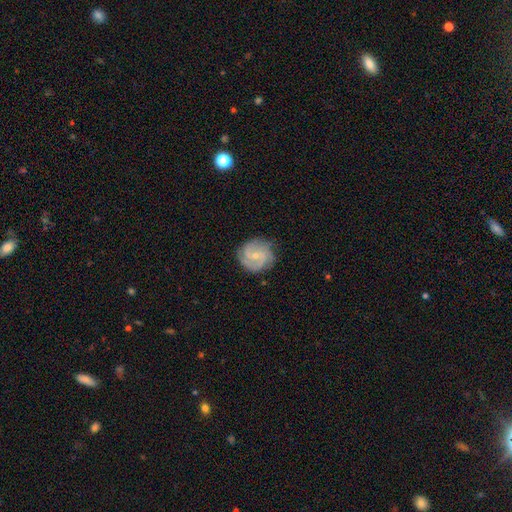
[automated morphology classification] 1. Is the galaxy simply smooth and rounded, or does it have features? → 83% featured or disk, 12% smooth, 5% star or artifact.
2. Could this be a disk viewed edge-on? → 98% no, 2% yes.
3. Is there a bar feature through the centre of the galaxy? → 47% no, 45% weak, 9% strong.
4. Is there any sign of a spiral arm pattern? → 96% yes, 4% no.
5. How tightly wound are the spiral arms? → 52% tight, 39% medium, 9% loose.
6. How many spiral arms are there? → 36% 3, 34% 2, 15% can't tell, 7% 4, 4% 1, 4% more than 4.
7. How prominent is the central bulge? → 68% small, 28% moderate, 2% none, 1% large, 1% dominant.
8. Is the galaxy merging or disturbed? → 80% none, 15% minor disturbance, 4% major disturbance, 1% merger.